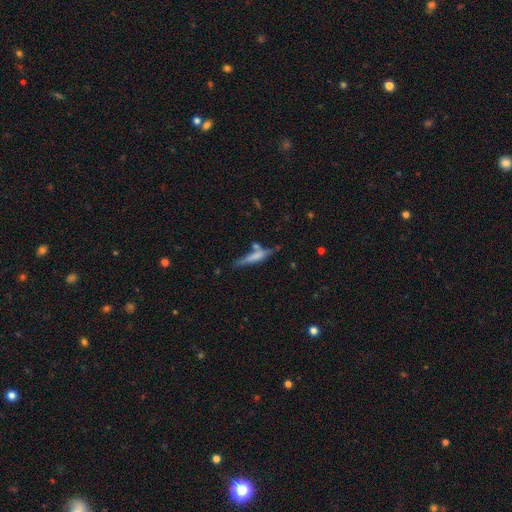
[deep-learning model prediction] This is possibly a smooth galaxy (59%). How rounded: clearly cigar-shaped (85%). Merging: possibly none (56%).